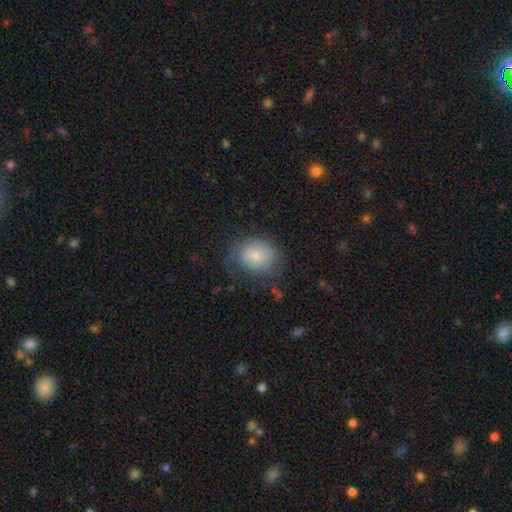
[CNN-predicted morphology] Overall: smooth (63%; featured or disk 29%). How rounded: round (59%; in between 40%). Merging: none (54%; minor disturbance 28%).